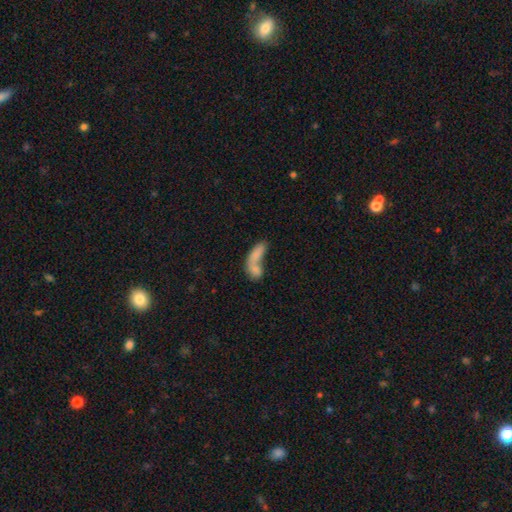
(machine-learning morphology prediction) type=smooth (75%); roundness=in between (72%); merging=merger (65%).